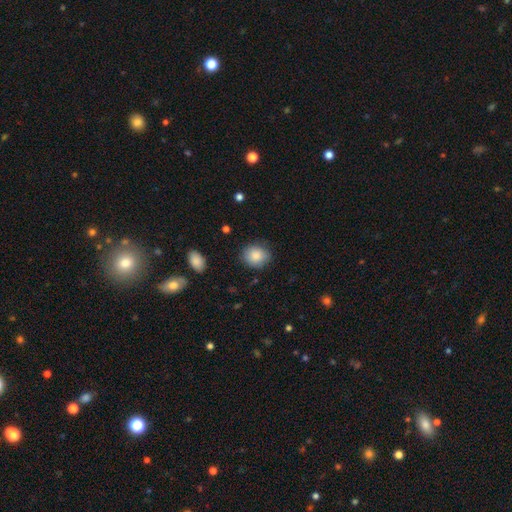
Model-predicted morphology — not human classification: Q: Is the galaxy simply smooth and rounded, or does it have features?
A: smooth — 87%.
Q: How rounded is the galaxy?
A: round — 69%.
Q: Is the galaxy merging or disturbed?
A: none — 84%.